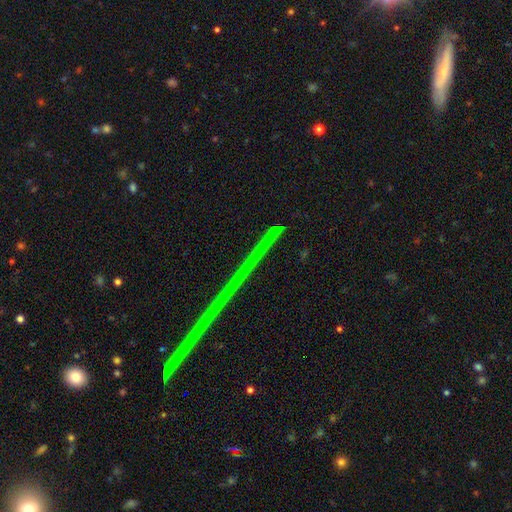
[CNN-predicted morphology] A star or artifact, not a galaxy (80%).

Vote fractions:
- Smooth or featured? star or artifact: 80% / featured or disk: 13% / smooth: 7%